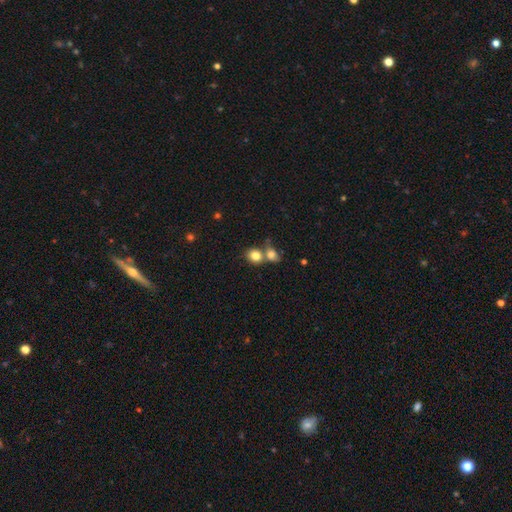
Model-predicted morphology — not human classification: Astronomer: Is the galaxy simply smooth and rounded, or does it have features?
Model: smooth — 81%.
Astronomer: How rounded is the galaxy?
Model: round — 65%.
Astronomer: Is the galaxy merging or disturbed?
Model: merger — 49% (runner-up: none, 40%).